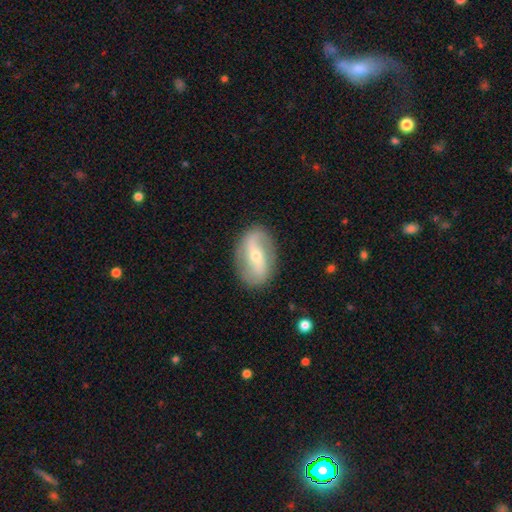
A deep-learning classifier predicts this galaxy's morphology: Smooth or featured: featured or disk — 75% (smooth — 20%)
Edge-on disk: no — 93% (yes — 7%)
Bar: strong — 44% (weak — 30%)
Spiral arms: yes — 80% (no — 20%)
Spiral winding: loose — 58% (medium — 28%)
Spiral arm count: 2 — 88% (can't tell — 6%)
Bulge size: small — 53% (moderate — 43%)
Merging: none — 84% (minor disturbance — 11%)